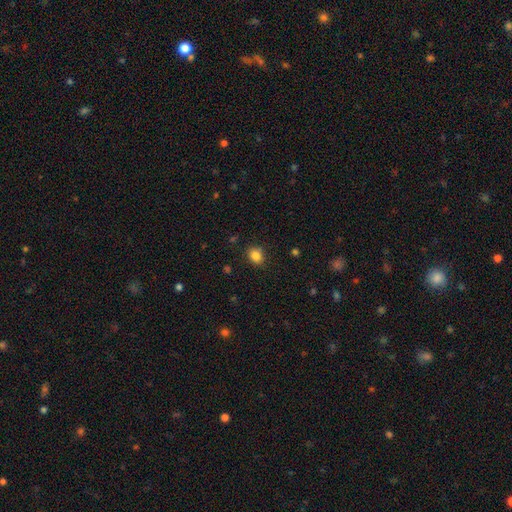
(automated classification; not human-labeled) Smooth or featured: smooth — 84% (star or artifact — 11%)
How rounded: round — 58% (in between — 41%)
Merging: none — 86% (minor disturbance — 10%)